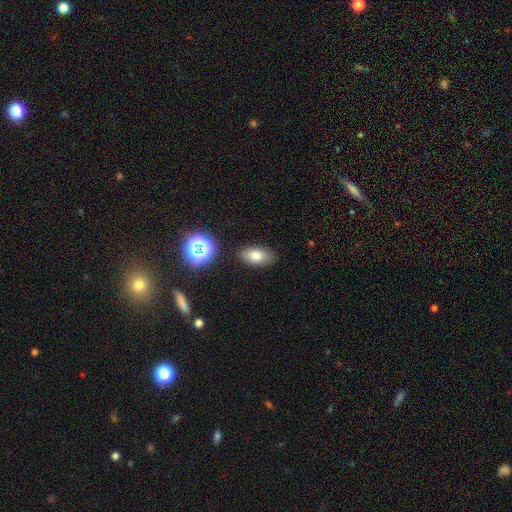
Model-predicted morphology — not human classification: smooth 75%, star or artifact 13%, featured or disk 12%. Down the decision tree: how rounded — in between (89%); merging — none (86%).